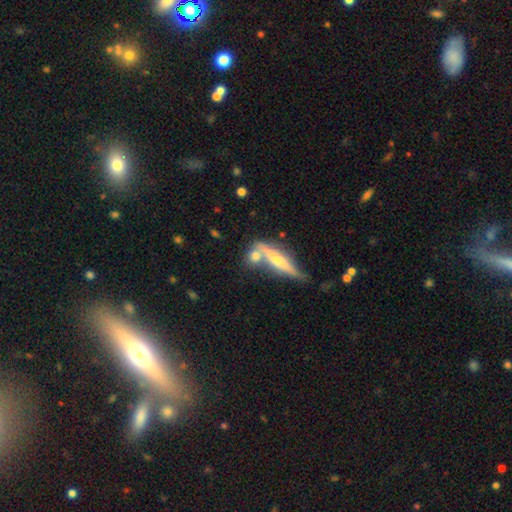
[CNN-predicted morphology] This appears to be a smooth galaxy with no disk features (60%) that is round (37%). Merging: none (51%).